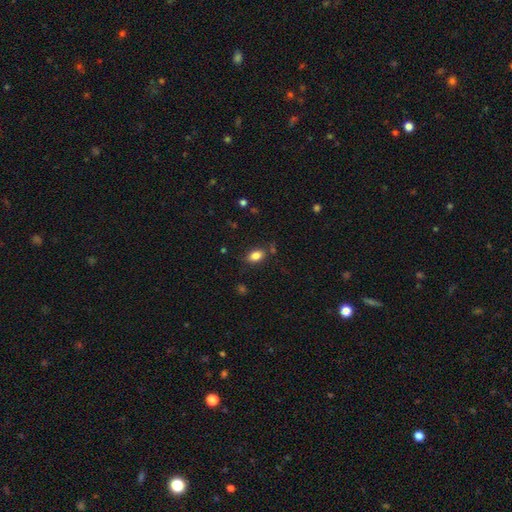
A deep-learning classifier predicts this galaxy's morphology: Smooth or featured? smooth (84%)
How rounded? in between (87%)
Merging? none (78%)